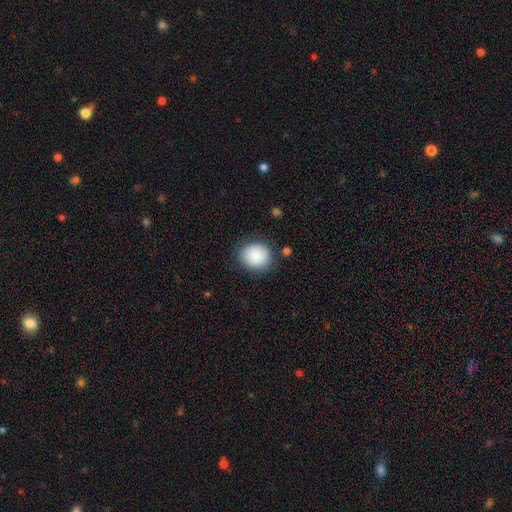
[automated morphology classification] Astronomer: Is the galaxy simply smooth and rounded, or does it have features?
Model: smooth — 87%.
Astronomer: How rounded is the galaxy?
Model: round — 76%.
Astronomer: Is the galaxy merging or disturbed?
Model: none — 84%.